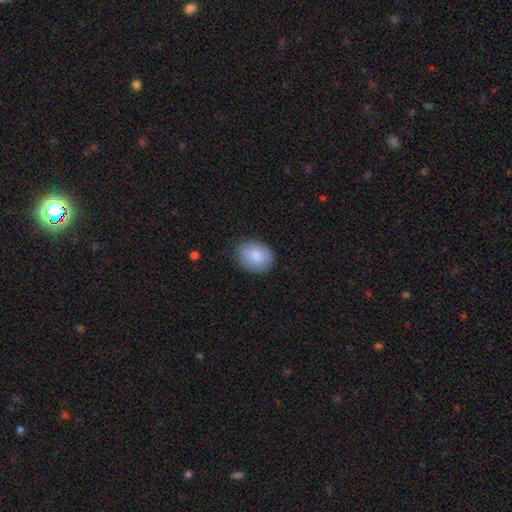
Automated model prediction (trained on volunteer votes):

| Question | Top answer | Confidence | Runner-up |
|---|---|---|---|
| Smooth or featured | smooth | 85% | featured or disk (9%) |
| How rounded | in between | 51% | round (48%) |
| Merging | none | 83% | minor disturbance (13%) |